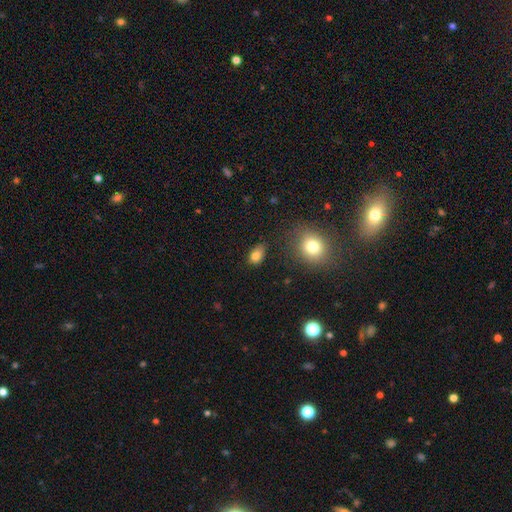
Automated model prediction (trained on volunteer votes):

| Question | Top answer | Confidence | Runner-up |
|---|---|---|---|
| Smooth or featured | smooth | 80% | star or artifact (12%) |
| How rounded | in between | 82% | round (16%) |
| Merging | none | 71% | minor disturbance (20%) |